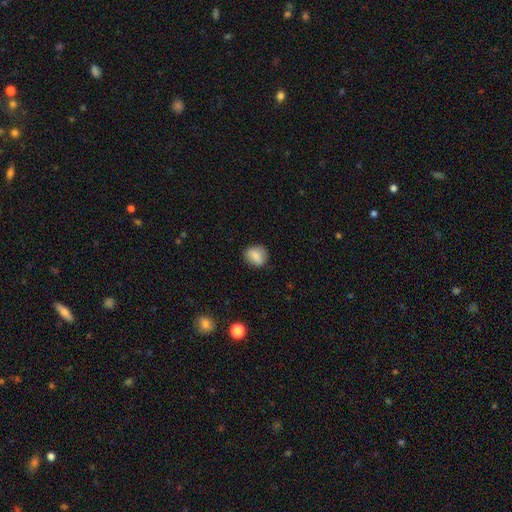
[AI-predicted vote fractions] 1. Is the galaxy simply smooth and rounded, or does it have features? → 82% smooth, 10% featured or disk, 8% star or artifact.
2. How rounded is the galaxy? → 57% round, 41% in between, 2% cigar-shaped.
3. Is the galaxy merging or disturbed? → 80% none, 15% minor disturbance, 3% major disturbance, 1% merger.